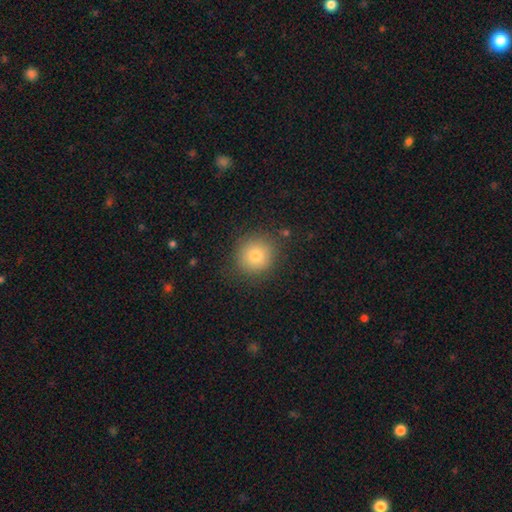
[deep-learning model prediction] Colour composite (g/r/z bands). It shows a smooth galaxy with no disk features (78%) that is round (92%). Merging: none (87%).